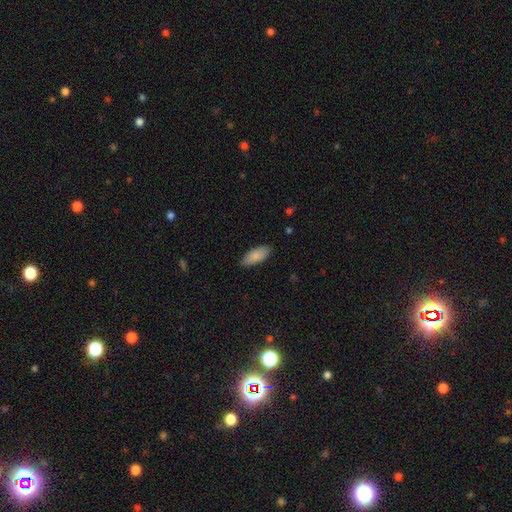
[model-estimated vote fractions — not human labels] This is clearly a smooth galaxy (86%). How rounded: clearly in between (84%). Merging: clearly none (85%).